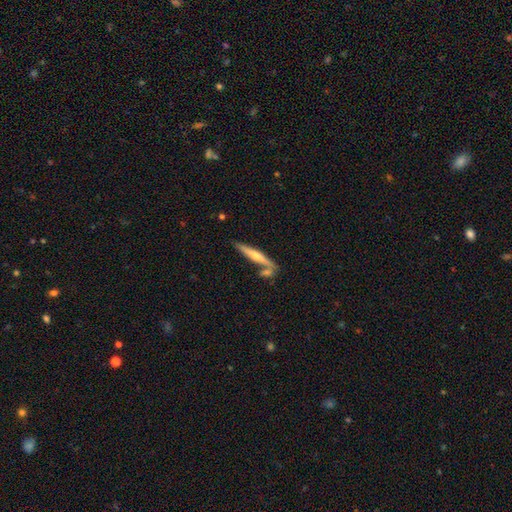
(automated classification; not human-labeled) Smooth or featured?
  - featured or disk: 61% *
  - smooth: 33%
  - star or artifact: 6%
Edge-on disk?
  - yes: 95% *
  - no: 5%
Edge-on bulge?
  - rounded: 84% *
  - none: 12%
  - boxy: 4%
Merging?
  - none: 72% *
  - merger: 15%
  - minor disturbance: 11%
  - major disturbance: 3%